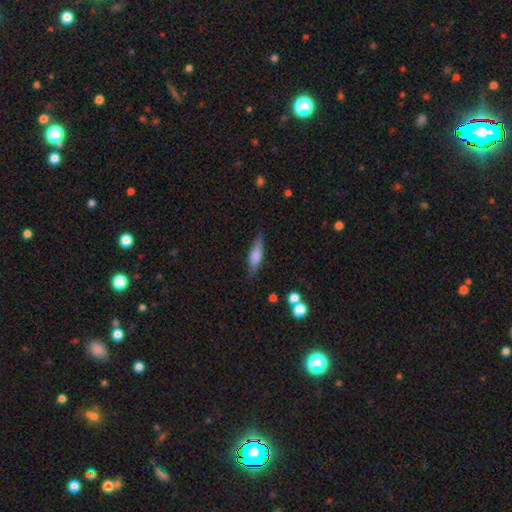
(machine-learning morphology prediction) Smooth or featured?
  - smooth: 62% *
  - featured or disk: 31%
  - star or artifact: 7%
How rounded?
  - cigar-shaped: 56% *
  - in between: 41%
  - round: 3%
Merging?
  - none: 78% *
  - minor disturbance: 16%
  - major disturbance: 4%
  - merger: 2%